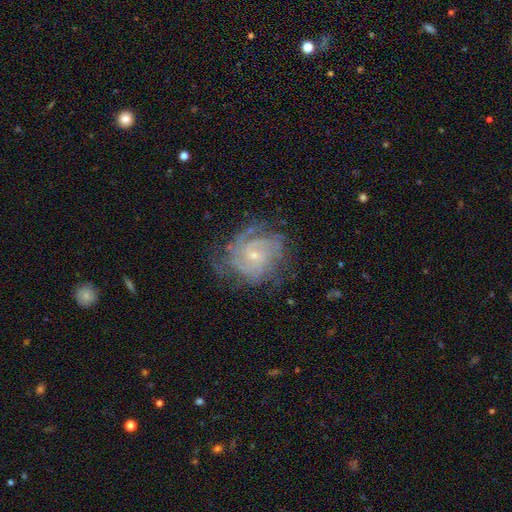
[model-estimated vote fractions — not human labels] Smooth or featured?
  - featured or disk: 78% *
  - star or artifact: 12%
  - smooth: 10%
Edge-on disk?
  - no: 97% *
  - yes: 3%
Bar?
  - no: 59% *
  - weak: 34%
  - strong: 7%
Spiral arms?
  - yes: 96% *
  - no: 4%
Spiral winding?
  - tight: 65% *
  - medium: 29%
  - loose: 6%
Spiral arm count?
  - can't tell: 32% *
  - 3: 19%
  - 2: 18%
  - 4: 16%
  - more than 4: 8%
  - 1: 7%
Bulge size?
  - small: 71% *
  - moderate: 24%
  - none: 3%
  - large: 1%
  - dominant: 1%
Merging?
  - none: 74% *
  - minor disturbance: 16%
  - major disturbance: 8%
  - merger: 1%